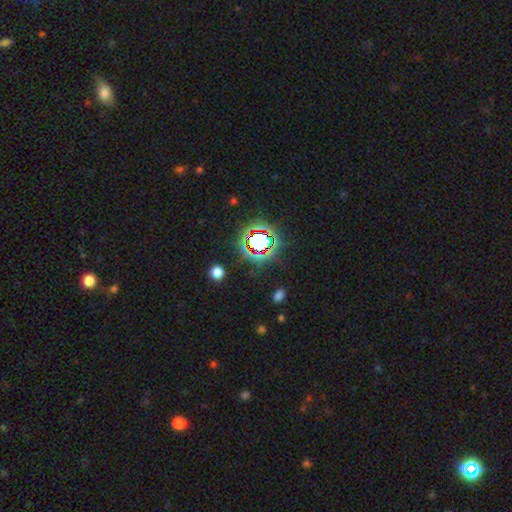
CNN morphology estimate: star or artifact 78%, smooth 13%, featured or disk 9%.